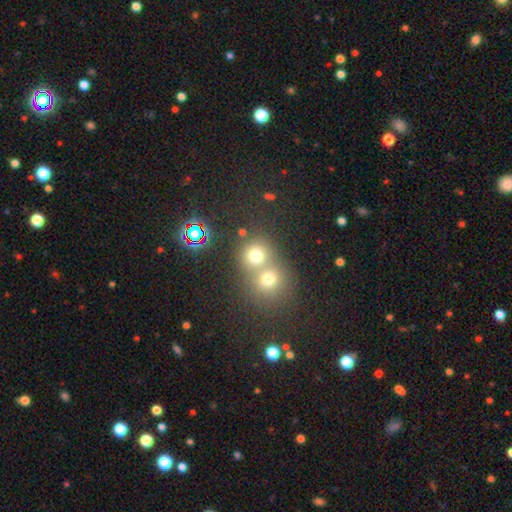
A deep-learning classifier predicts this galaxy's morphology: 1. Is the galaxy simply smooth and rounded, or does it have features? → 70% smooth, 21% star or artifact, 10% featured or disk.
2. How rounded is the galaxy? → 85% round, 14% in between, 1% cigar-shaped.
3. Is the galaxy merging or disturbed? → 53% merger, 39% none, 5% minor disturbance, 3% major disturbance.